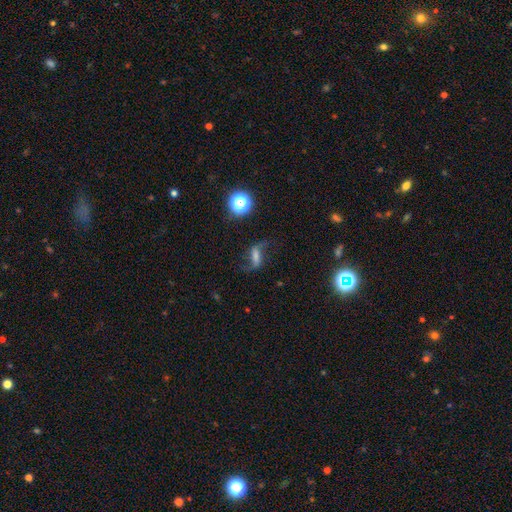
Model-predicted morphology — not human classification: type=featured or disk (60%); edge-on=no (91%); bar=strong (45%); spiral arms=yes (88%); bulge=none (39%); merging=none (66%).